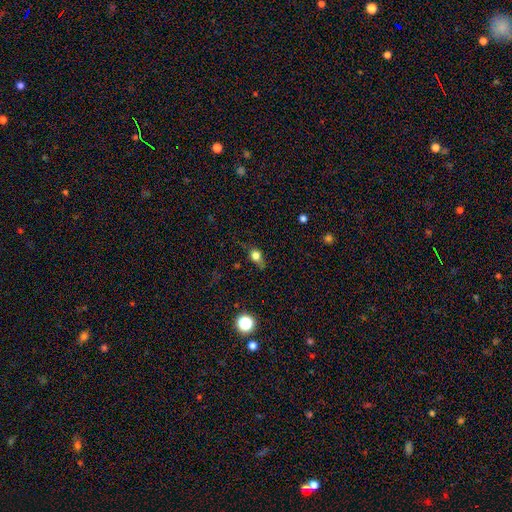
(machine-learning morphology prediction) This is likely a smooth galaxy (75%). How rounded: possibly round (53%). Merging: possibly none (59%).